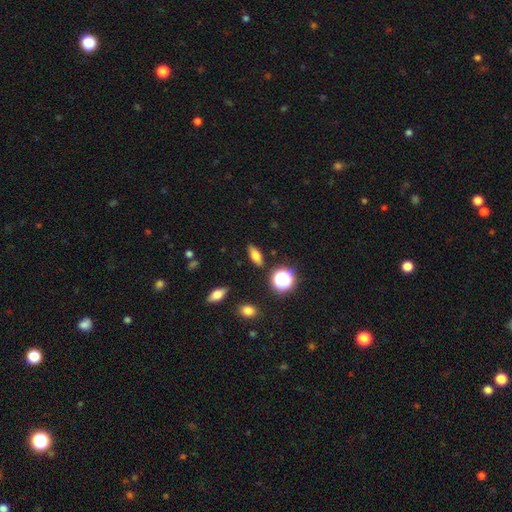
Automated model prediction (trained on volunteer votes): Smooth or featured: smooth — 71% (featured or disk — 16%)
How rounded: in between — 67% (cigar-shaped — 23%)
Merging: none — 86% (minor disturbance — 9%)